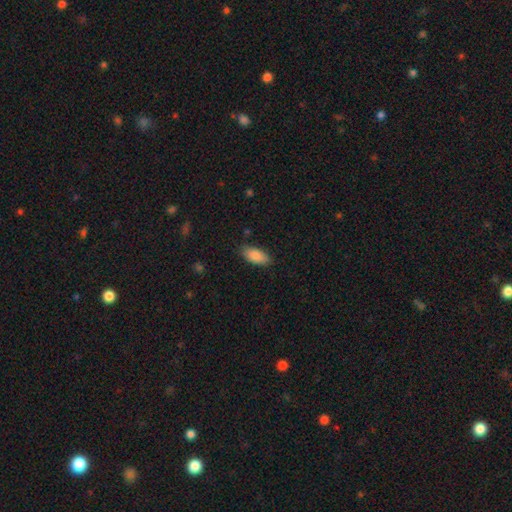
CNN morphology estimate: A smooth galaxy with no disk features (87%) that is in between round and cigar-shaped (89%). Merging: none (84%).